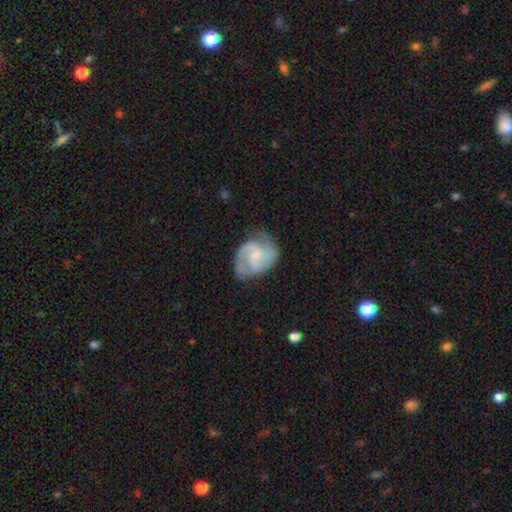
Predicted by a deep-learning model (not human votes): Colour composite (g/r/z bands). It shows a featured or disk galaxy (85%) with a weak bar (47%), 2 (71%) medium (56%) spiral arms (97%) and a small central bulge (56%). Merging: none (68%).